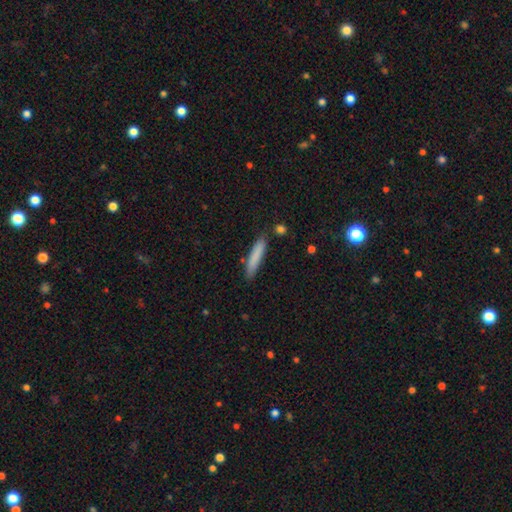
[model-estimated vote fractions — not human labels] This is clearly a smooth galaxy (82%). How rounded: clearly cigar-shaped (91%). Merging: clearly none (84%).